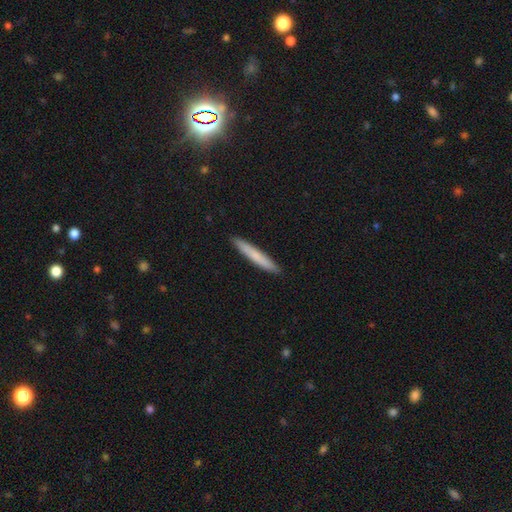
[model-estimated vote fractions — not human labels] Q: Smooth or featured?
A: smooth (74%); runner-up: featured or disk (21%)
Q: How rounded?
A: cigar-shaped (96%); runner-up: in between (3%)
Q: Merging?
A: none (92%); runner-up: minor disturbance (6%)